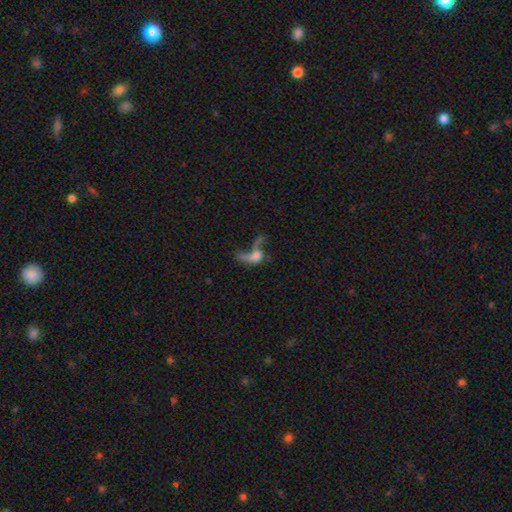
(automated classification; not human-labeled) A featured or disk galaxy (49%).

Vote fractions:
- Smooth or featured? featured or disk: 49% / smooth: 36% / star or artifact: 15%
- Merging? major disturbance: 44% / merger: 24% / none: 21% / minor disturbance: 11%